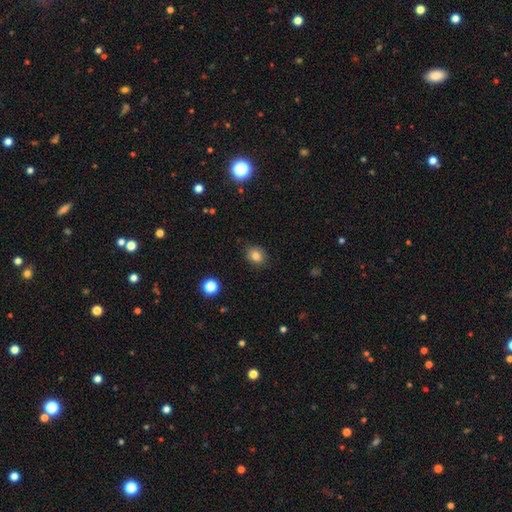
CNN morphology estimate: smooth 82%, star or artifact 11%, featured or disk 7%. Down the decision tree: how rounded — round (61%); merging — none (85%).